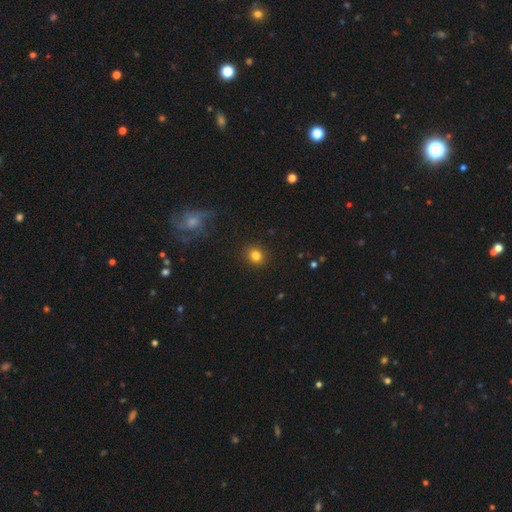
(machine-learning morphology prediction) The model was most divided on "how rounded": round: 73%, in between: 26%, cigar-shaped: 1%. More confident: merging — none (90%); smooth or featured — smooth (83%).